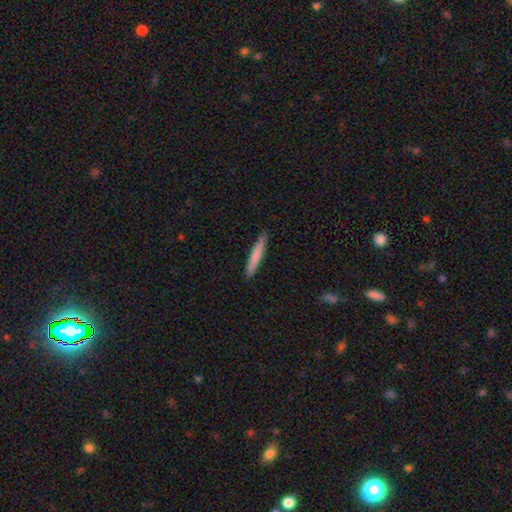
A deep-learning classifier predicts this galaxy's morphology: This appears to be a smooth galaxy with no disk features (74%) that is cigar-shaped (95%). Merging: none (90%).